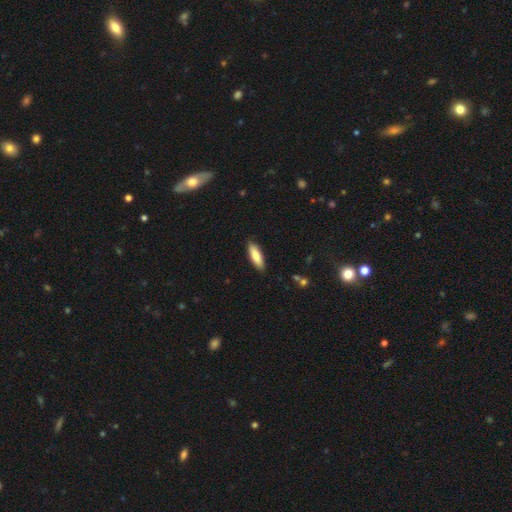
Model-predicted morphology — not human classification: smooth 79%, featured or disk 16%, star or artifact 6%. Down the decision tree: how rounded — in between (50%); merging — none (89%).